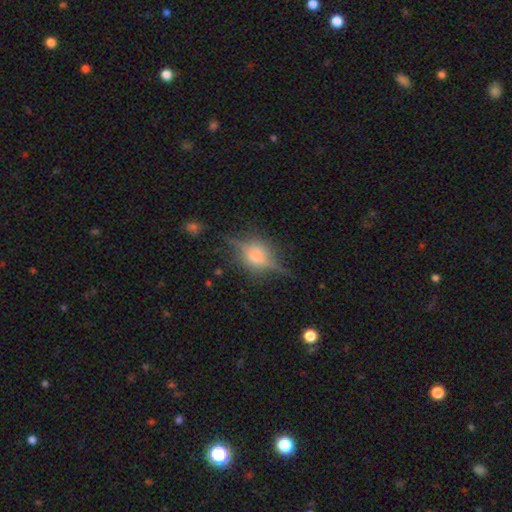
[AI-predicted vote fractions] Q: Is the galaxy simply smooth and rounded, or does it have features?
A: featured or disk — 71%.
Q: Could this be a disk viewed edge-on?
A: yes — 94%.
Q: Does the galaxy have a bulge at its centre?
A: rounded — 91%.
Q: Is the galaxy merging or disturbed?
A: none — 80%.